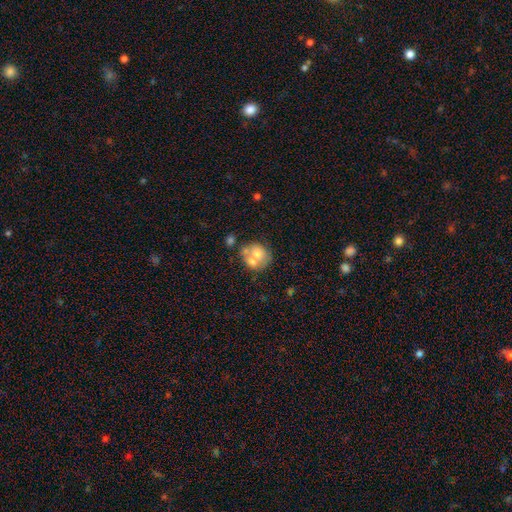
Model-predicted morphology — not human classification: Smooth or featured?
  - smooth: 60% *
  - featured or disk: 31%
  - star or artifact: 9%
How rounded?
  - round: 65% *
  - in between: 34%
  - cigar-shaped: 1%
Merging?
  - merger: 49% *
  - none: 31%
  - minor disturbance: 12%
  - major disturbance: 8%